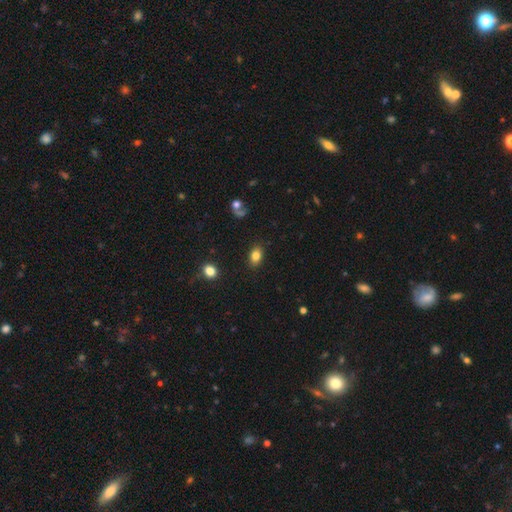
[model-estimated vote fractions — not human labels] smooth 83%, star or artifact 10%, featured or disk 8%. Down the decision tree: how rounded — in between (81%); merging — none (88%).